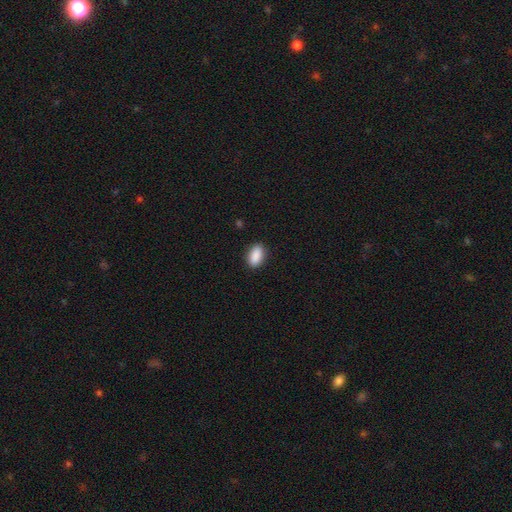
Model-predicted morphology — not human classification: smooth-or-featured: smooth: 90% | star or artifact: 7% | featured or disk: 3%
  how-rounded: in between: 91% | round: 5% | cigar-shaped: 4%
  merging: none: 89% | minor disturbance: 8% | major disturbance: 2% | merger: 1%